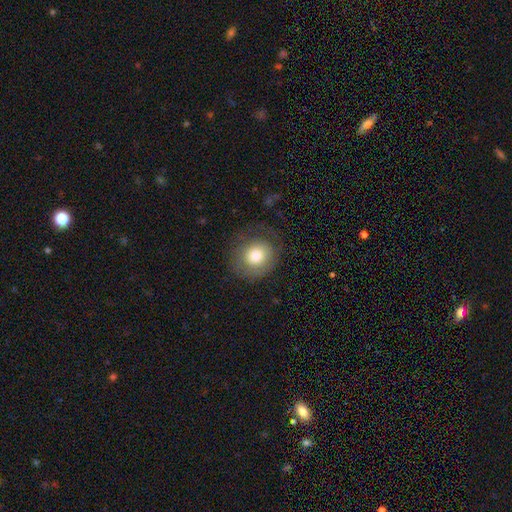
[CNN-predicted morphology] Overall: smooth (73%). How rounded: round (82%). Merging: none (68%).